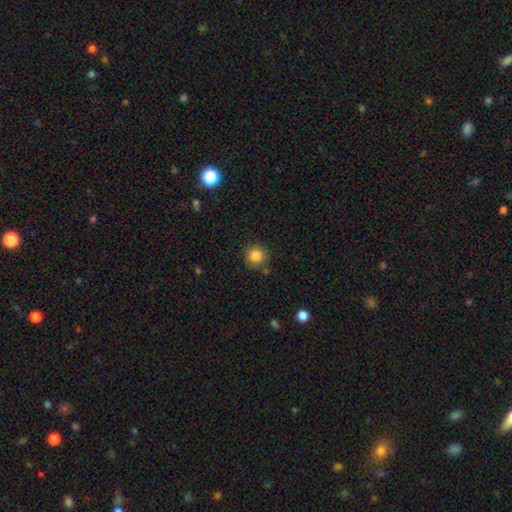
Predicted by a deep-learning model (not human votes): This is clearly a smooth galaxy (84%). How rounded: clearly round (93%). Merging: clearly none (85%).